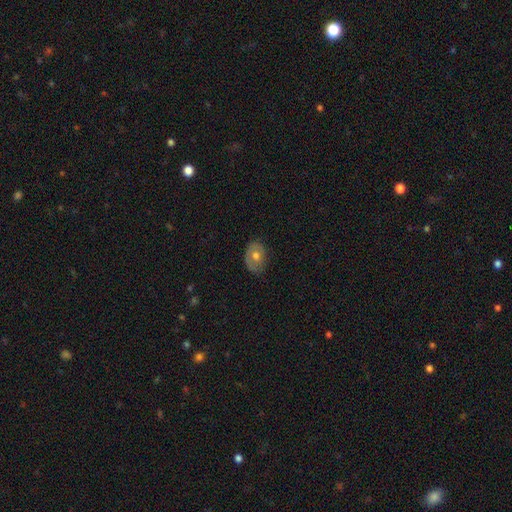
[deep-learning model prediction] Smooth or featured? Predicted: smooth (p=0.53). How rounded? Predicted: in between (p=0.77). Merging? Predicted: none (p=0.73).